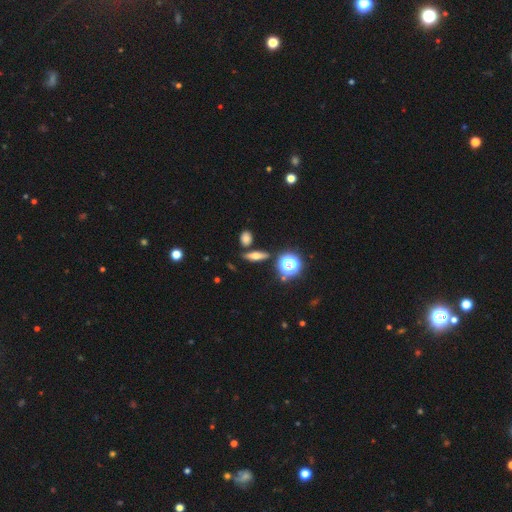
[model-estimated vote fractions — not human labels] Smooth or featured: smooth — 52% (featured or disk — 33%)
How rounded: cigar-shaped — 45% (in between — 40%)
Merging: none — 82% (minor disturbance — 9%)